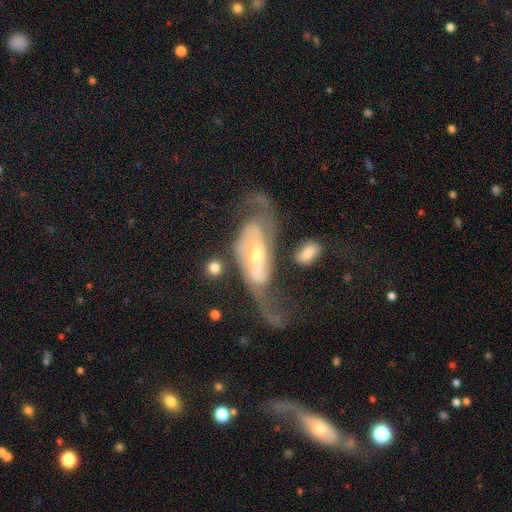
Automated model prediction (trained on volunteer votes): The model was most divided on "spiral winding": medium: 40%, loose: 37%, tight: 24%. Remaining: edge-on disk — no (91%); spiral arms — yes (91%); smooth or featured — featured or disk (83%); spiral arm count — 2 (80%); bulge size — small (52%); bar — no (44%); merging — none (39%).